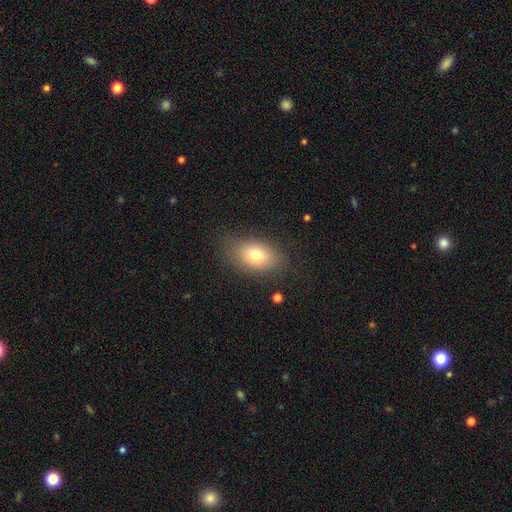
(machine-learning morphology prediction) A smooth galaxy with no disk features (75%) that is in between round and cigar-shaped (82%). Merging: none (77%).